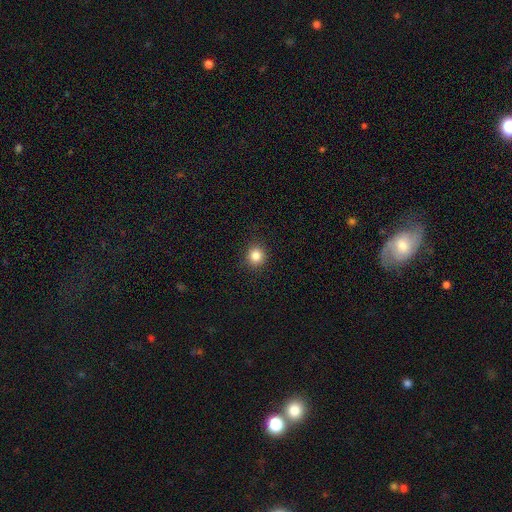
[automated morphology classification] A smooth galaxy with no disk features (84%) that is round (90%).

Vote fractions:
- Smooth or featured? smooth: 84% / star or artifact: 11% / featured or disk: 5%
- How rounded? round: 90% / in between: 9% / cigar-shaped: 1%
- Merging? none: 90% / minor disturbance: 7% / major disturbance: 2% / merger: 1%